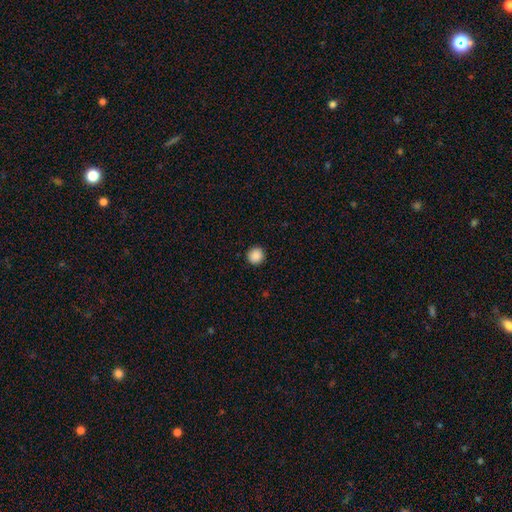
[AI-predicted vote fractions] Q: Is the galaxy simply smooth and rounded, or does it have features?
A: smooth — 89%.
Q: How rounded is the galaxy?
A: round — 95%.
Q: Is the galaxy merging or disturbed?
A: none — 93%.